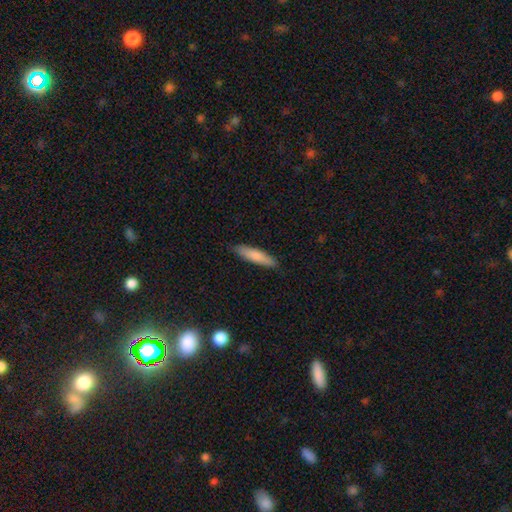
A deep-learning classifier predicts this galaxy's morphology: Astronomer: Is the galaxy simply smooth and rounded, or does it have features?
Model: smooth — 80%.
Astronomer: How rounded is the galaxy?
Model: cigar-shaped — 79%.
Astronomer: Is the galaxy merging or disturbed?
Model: none — 87%.